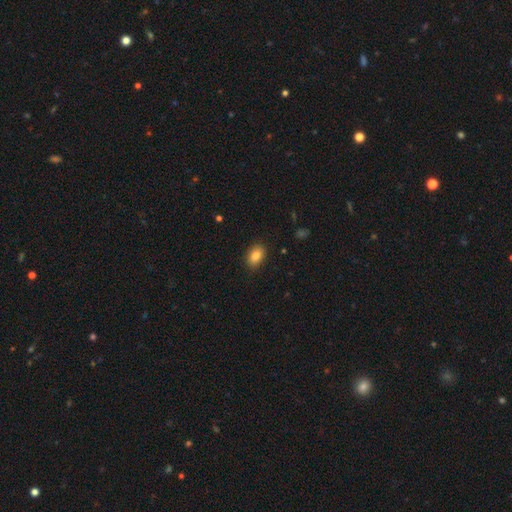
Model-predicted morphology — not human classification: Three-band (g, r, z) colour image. It shows a smooth galaxy with no disk features (85%) that is in between round and cigar-shaped (85%). Merging: none (86%).